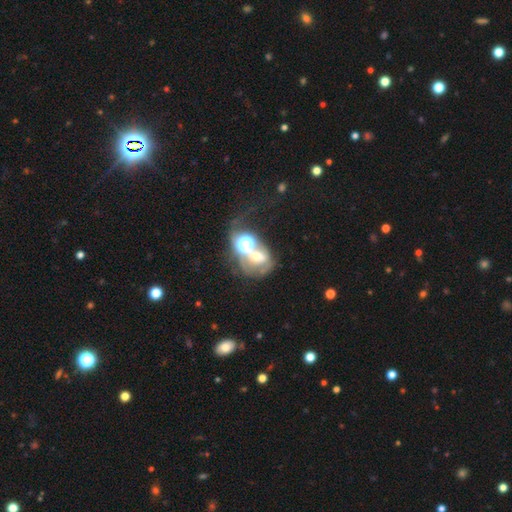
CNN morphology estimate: A featured or disk galaxy (44%). Merging: merger (52%).